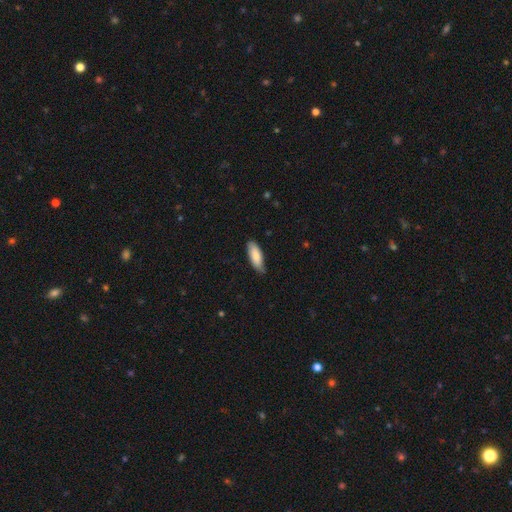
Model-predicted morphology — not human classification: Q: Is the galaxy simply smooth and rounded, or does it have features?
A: smooth — 83%.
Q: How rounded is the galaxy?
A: in between — 66%.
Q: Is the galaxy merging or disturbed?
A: none — 74%.